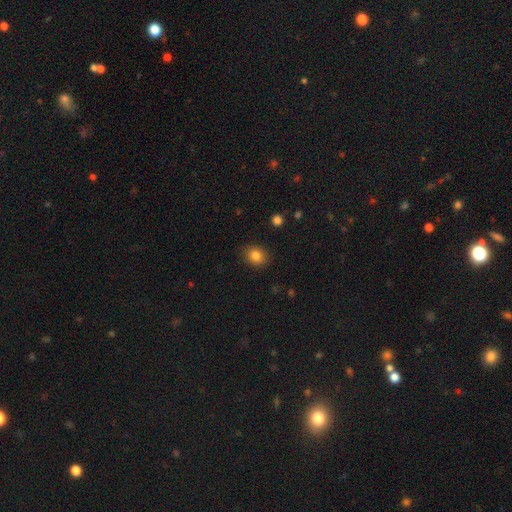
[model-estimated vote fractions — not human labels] A smooth galaxy with no disk features (82%) that is round (58%).

Vote fractions:
- Smooth or featured? smooth: 82% / star or artifact: 11% / featured or disk: 7%
- How rounded? round: 58% / in between: 41% / cigar-shaped: 1%
- Merging? none: 88% / minor disturbance: 9% / major disturbance: 2% / merger: 1%